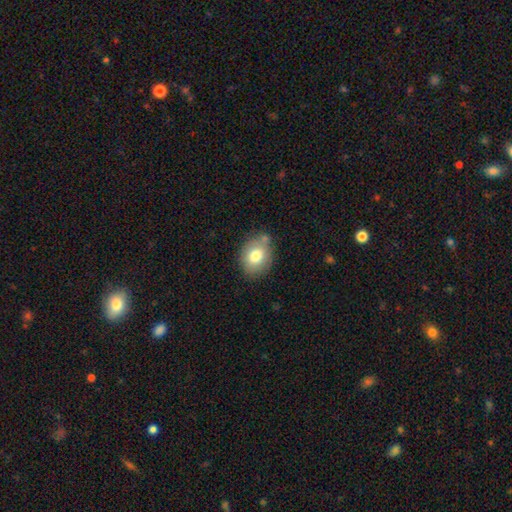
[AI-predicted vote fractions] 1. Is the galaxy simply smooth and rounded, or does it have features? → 77% smooth, 14% featured or disk, 8% star or artifact.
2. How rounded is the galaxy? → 61% in between, 38% round, 1% cigar-shaped.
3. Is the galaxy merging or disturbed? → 71% none, 18% minor disturbance, 7% merger, 4% major disturbance.